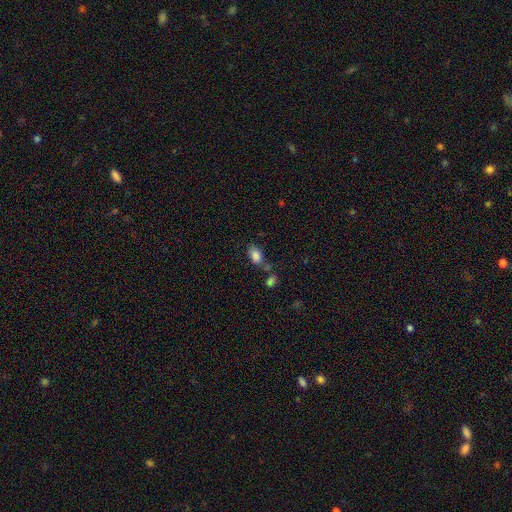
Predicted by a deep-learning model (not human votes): smooth_or_featured: smooth (p=0.83) [alt: star or artifact p=0.09]
how_rounded: in between (p=0.88) [alt: round p=0.10]
merging: none (p=0.61) [alt: minor disturbance p=0.17]